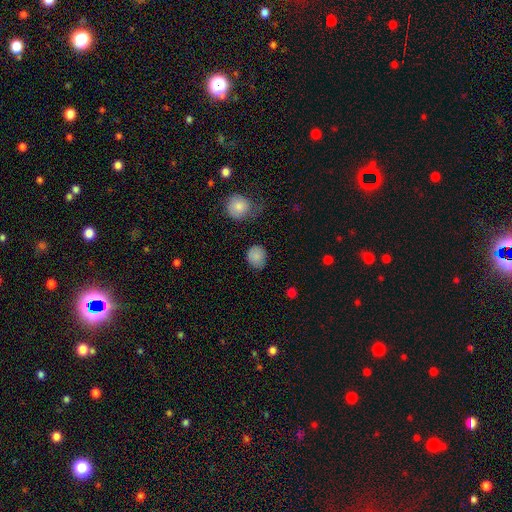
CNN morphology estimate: Q: Smooth or featured?
A: smooth (85%); runner-up: star or artifact (9%)
Q: How rounded?
A: round (78%); runner-up: in between (21%)
Q: Merging?
A: none (77%); runner-up: minor disturbance (17%)